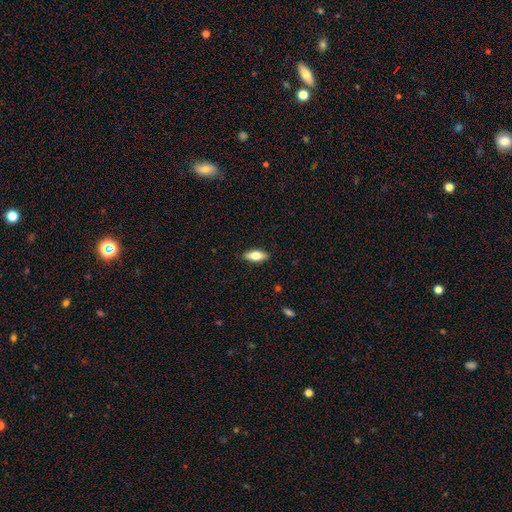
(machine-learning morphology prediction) smooth_or_featured: smooth (p=0.69) [alt: featured or disk p=0.24]
how_rounded: in between (p=0.76) [alt: cigar-shaped p=0.21]
merging: none (p=0.89) [alt: minor disturbance p=0.08]